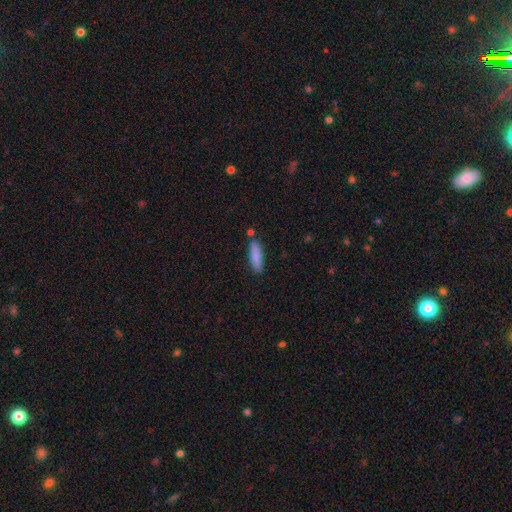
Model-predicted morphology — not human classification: A smooth galaxy with no disk features (84%) that is cigar-shaped (65%).

Vote fractions:
- Smooth or featured? smooth: 84% / featured or disk: 9% / star or artifact: 6%
- How rounded? cigar-shaped: 65% / in between: 33% / round: 2%
- Merging? none: 79% / minor disturbance: 12% / merger: 6% / major disturbance: 3%